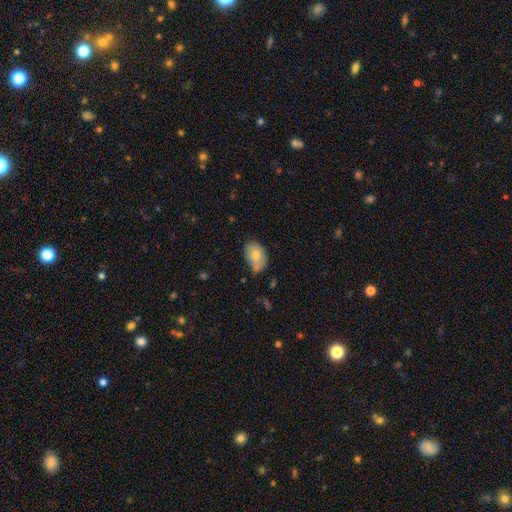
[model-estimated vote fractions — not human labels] This is likely a smooth galaxy (78%). How rounded: clearly in between (86%). Merging: likely none (61%).